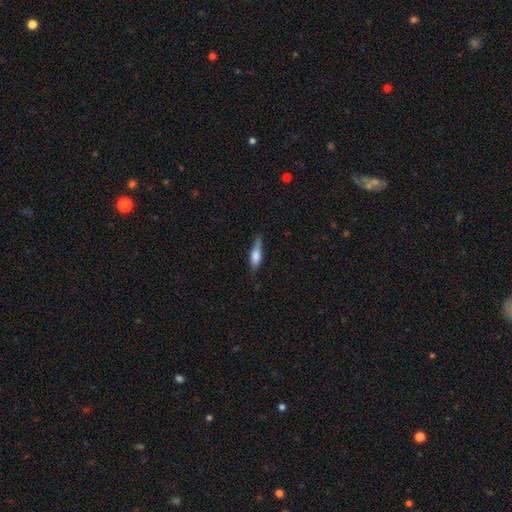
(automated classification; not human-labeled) Q: Smooth or featured?
A: smooth (63%); runner-up: featured or disk (30%)
Q: How rounded?
A: cigar-shaped (66%); runner-up: in between (32%)
Q: Merging?
A: none (73%); runner-up: minor disturbance (21%)